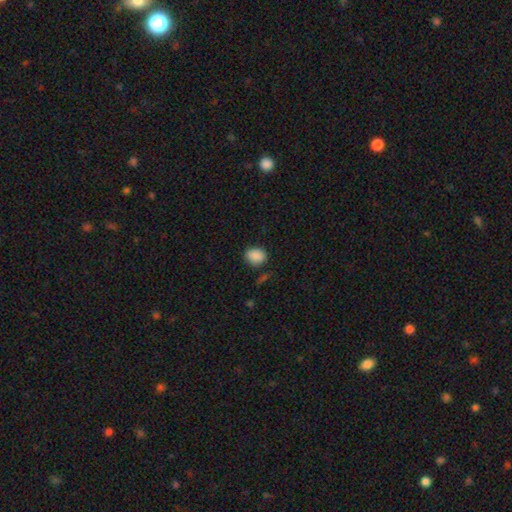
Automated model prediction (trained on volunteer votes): Smooth or featured?
  - smooth: 88% *
  - star or artifact: 8%
  - featured or disk: 4%
How rounded?
  - round: 51% *
  - in between: 48%
  - cigar-shaped: 1%
Merging?
  - none: 80% *
  - minor disturbance: 14%
  - major disturbance: 3%
  - merger: 3%